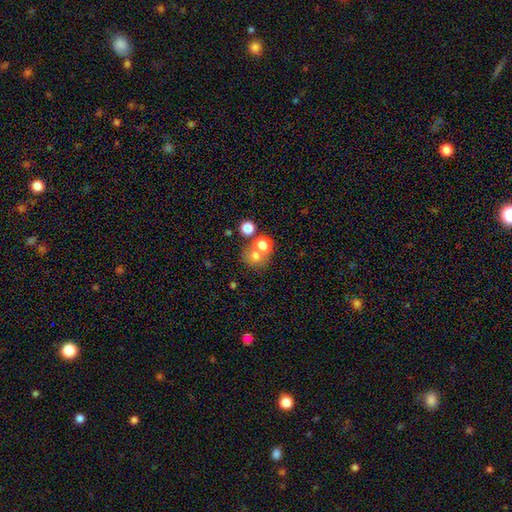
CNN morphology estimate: Smooth or featured? Predicted: smooth (p=0.71). How rounded? Predicted: round (p=0.82). Merging? Predicted: none (p=0.51).